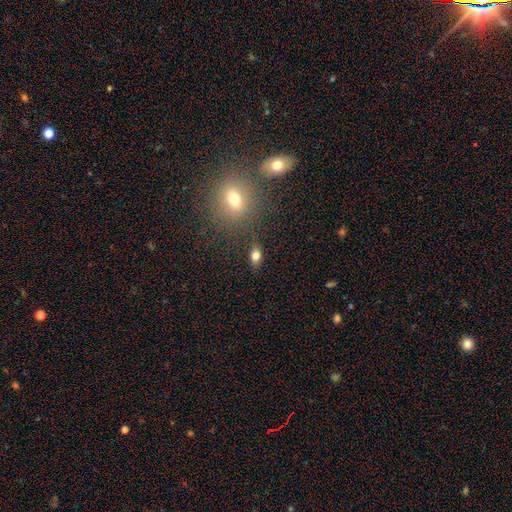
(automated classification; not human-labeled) Overall: smooth (76%). How rounded: in between (80%). Merging: none (79%).